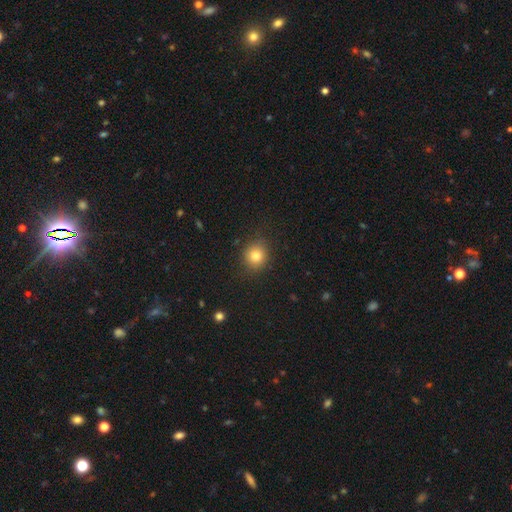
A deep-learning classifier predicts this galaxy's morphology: This is clearly a smooth galaxy (81%). How rounded: clearly round (86%). Merging: clearly none (87%).